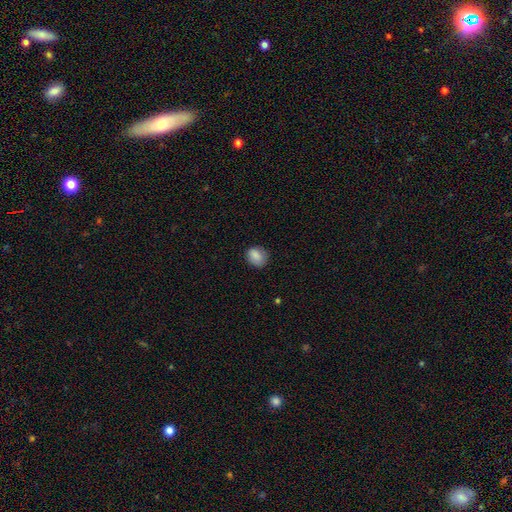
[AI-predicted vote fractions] Overall: smooth (85%). How rounded: round (50%; in between 49%). Merging: none (74%).